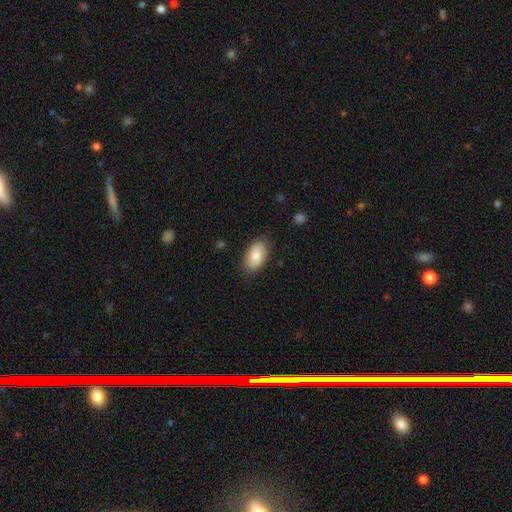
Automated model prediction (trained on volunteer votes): smooth_or_featured: smooth (p=0.80) [alt: featured or disk p=0.14]
how_rounded: in between (p=0.93) [alt: round p=0.05]
merging: none (p=0.83) [alt: minor disturbance p=0.13]